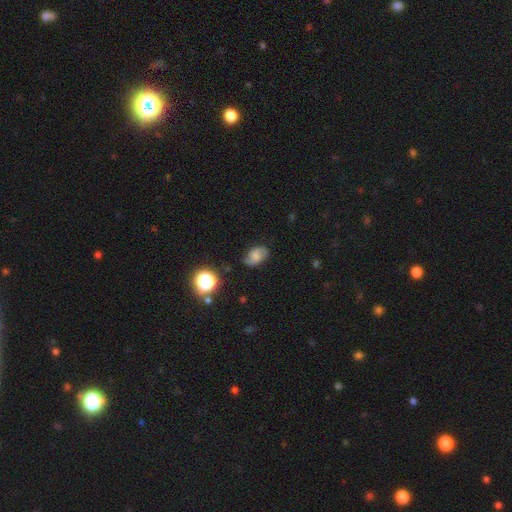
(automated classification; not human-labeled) This is marginally a featured or disk galaxy (44%). Merging: likely none (73%).